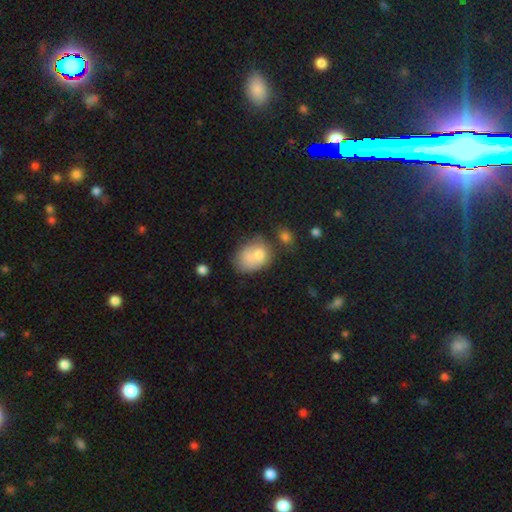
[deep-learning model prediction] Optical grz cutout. It shows a smooth galaxy with no disk features (71%) that is in between round and cigar-shaped (62%). Merging: merger (39%).